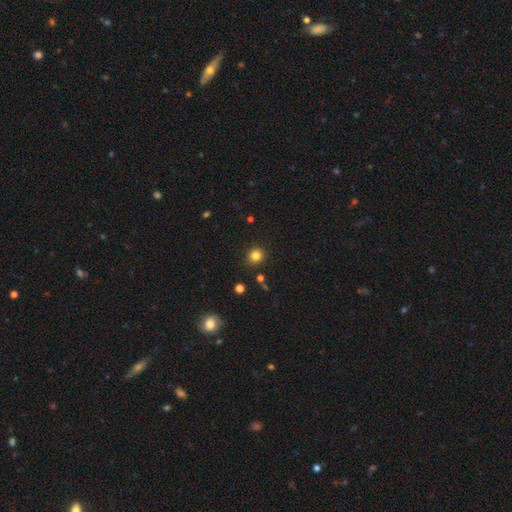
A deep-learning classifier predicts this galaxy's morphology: type=smooth (81%); roundness=round (88%); merging=none (89%).